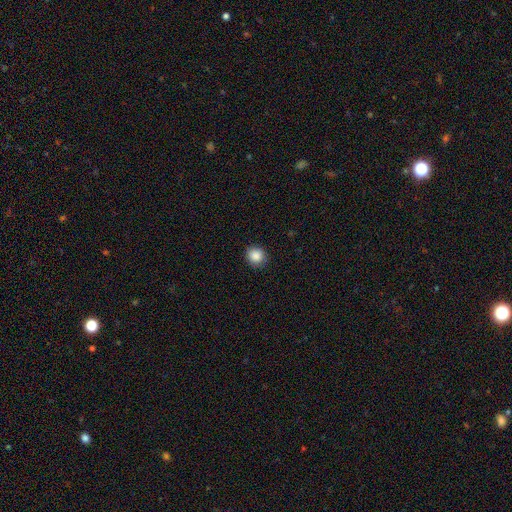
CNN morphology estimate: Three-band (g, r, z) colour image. It shows a smooth galaxy with no disk features (87%) that is round (84%). Merging: none (88%).